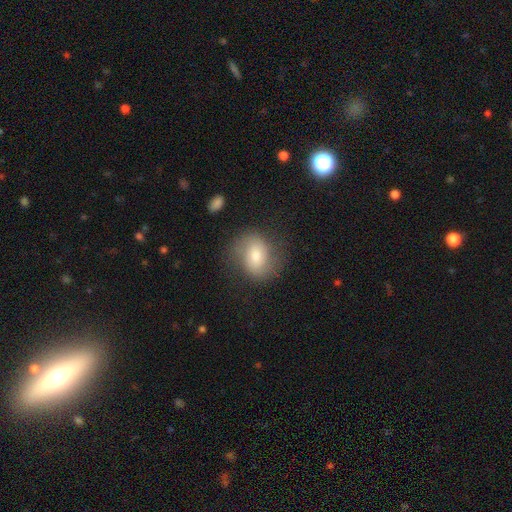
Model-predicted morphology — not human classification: type=smooth (52%); roundness=in between (49%, tied with round); merging=none (71%).